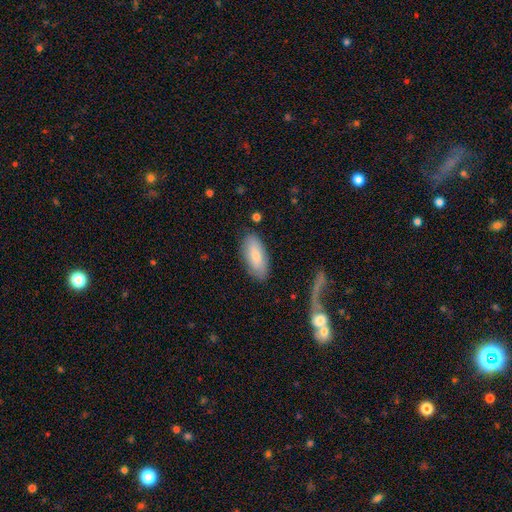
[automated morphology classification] The model was most divided on "smooth or featured": smooth: 78%, featured or disk: 16%, star or artifact: 6%. More confident: how rounded — in between (83%); merging — none (81%).